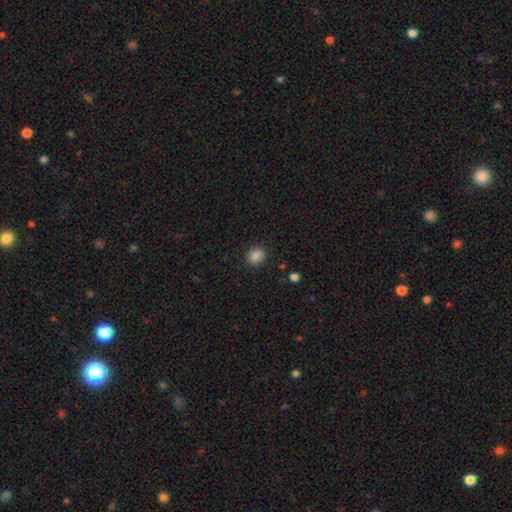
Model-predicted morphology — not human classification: smooth 87%, star or artifact 10%, featured or disk 3%. Down the decision tree: how rounded — in between (53%); merging — none (88%).